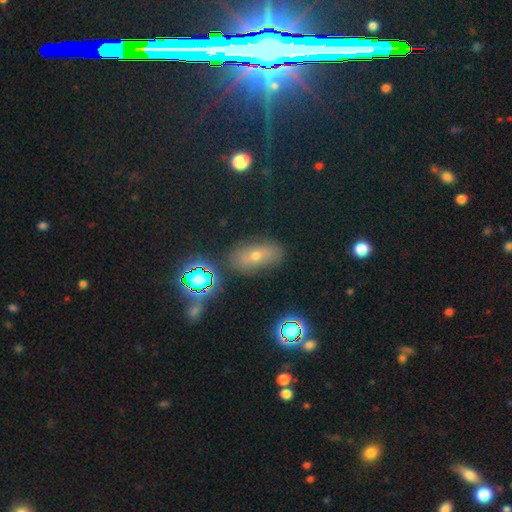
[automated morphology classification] Smooth or featured?
  - smooth: 49% *
  - star or artifact: 30%
  - featured or disk: 21%
Merging?
  - none: 82% *
  - minor disturbance: 11%
  - major disturbance: 4%
  - merger: 3%